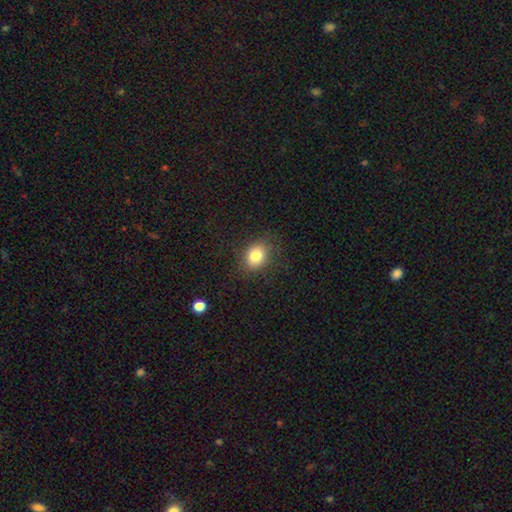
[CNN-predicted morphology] This is clearly a smooth galaxy (82%). How rounded: possibly in between (60%). Merging: clearly none (82%).